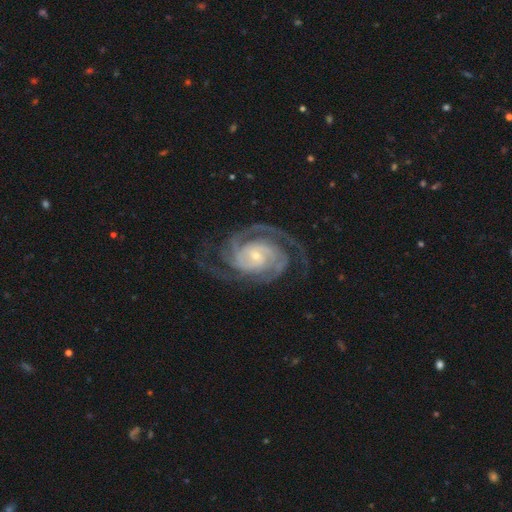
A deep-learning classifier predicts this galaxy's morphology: type=featured or disk (93%); edge-on=no (98%); bar=no (57%); spiral arms=yes (99%); winding=tight (66%); arm count=2 (37%); bulge=small (74%); merging=none (74%).